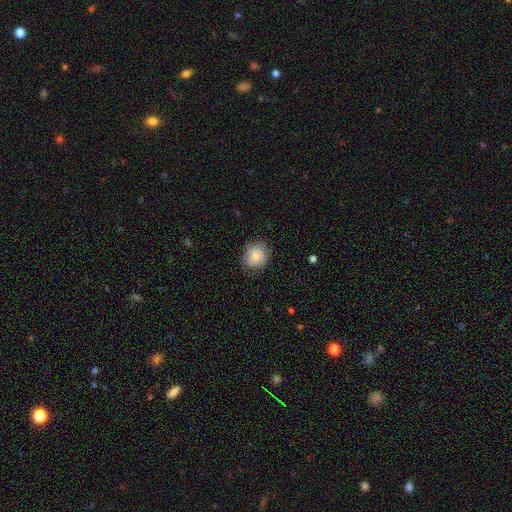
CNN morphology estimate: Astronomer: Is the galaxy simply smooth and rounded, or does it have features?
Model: smooth — 71%.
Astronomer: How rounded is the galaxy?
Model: round — 84%.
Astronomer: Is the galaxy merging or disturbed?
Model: none — 77%.